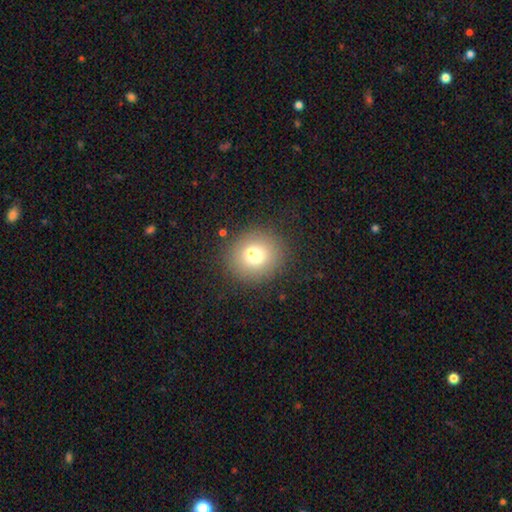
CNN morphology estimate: Smooth or featured: smooth — 73% (star or artifact — 14%)
How rounded: round — 81% (in between — 18%)
Merging: none — 83% (minor disturbance — 9%)